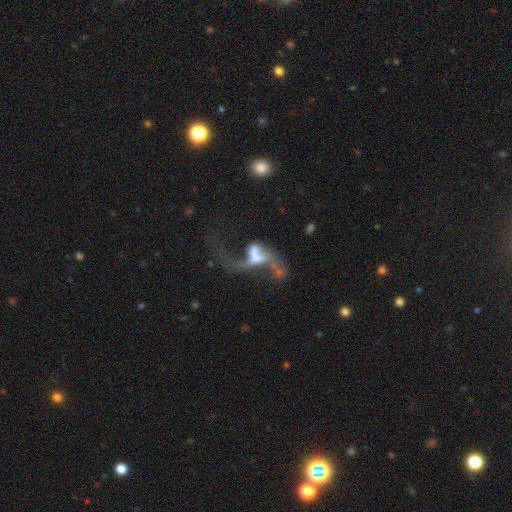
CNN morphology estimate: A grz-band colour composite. It shows a featured or disk galaxy (67%) with no bar (58%), spiral arms (56%) and a moderate central bulge (30%). Merging: merger (42%).